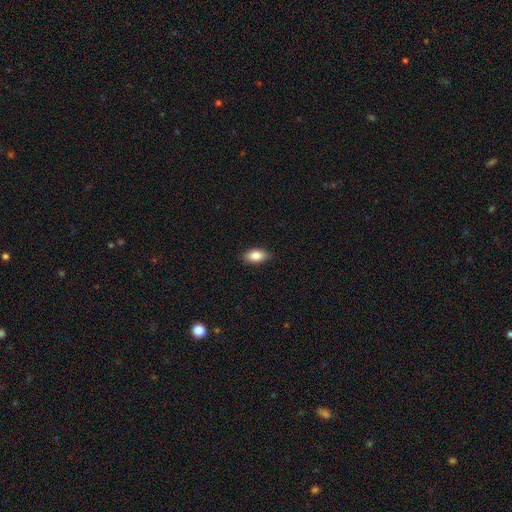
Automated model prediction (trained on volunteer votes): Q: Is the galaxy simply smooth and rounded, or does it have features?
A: smooth — 85%.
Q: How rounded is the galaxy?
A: in between — 91%.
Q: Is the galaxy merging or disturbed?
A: none — 87%.